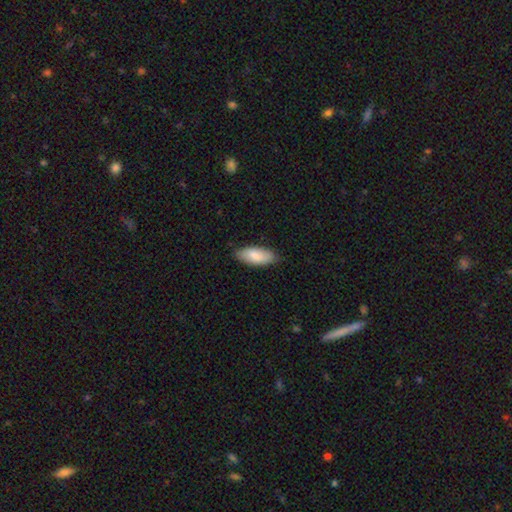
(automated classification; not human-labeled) Morphology: type=smooth (84%); roundness=in between (84%); merging=none (81%).